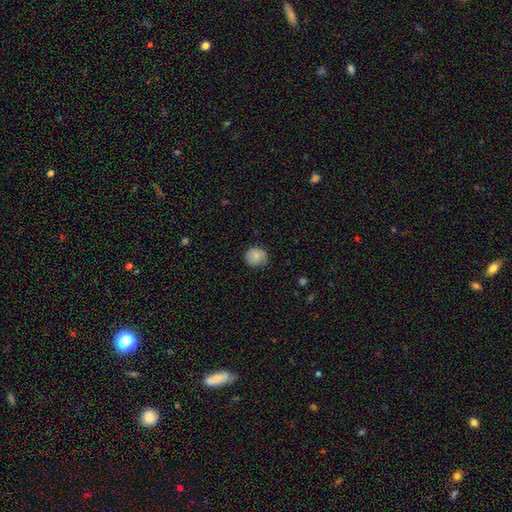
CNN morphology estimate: A smooth galaxy with no disk features (73%) that is round (82%).

Vote fractions:
- Smooth or featured? smooth: 73% / featured or disk: 19% / star or artifact: 8%
- How rounded? round: 82% / in between: 17% / cigar-shaped: 1%
- Merging? none: 71% / minor disturbance: 23% / major disturbance: 5% / merger: 1%